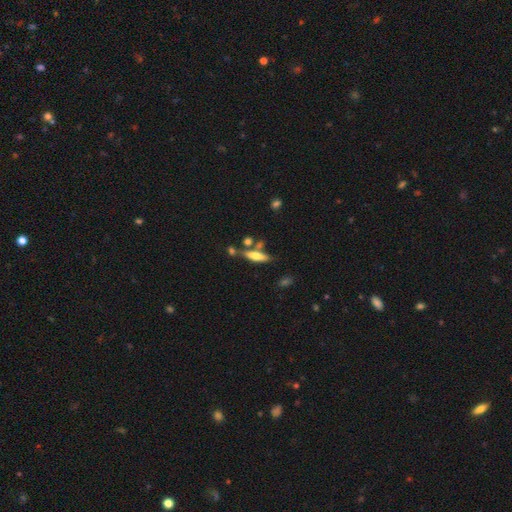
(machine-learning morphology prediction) Overall: smooth (54%; featured or disk 38%). How rounded: cigar-shaped (65%; in between 32%). Merging: none (64%).